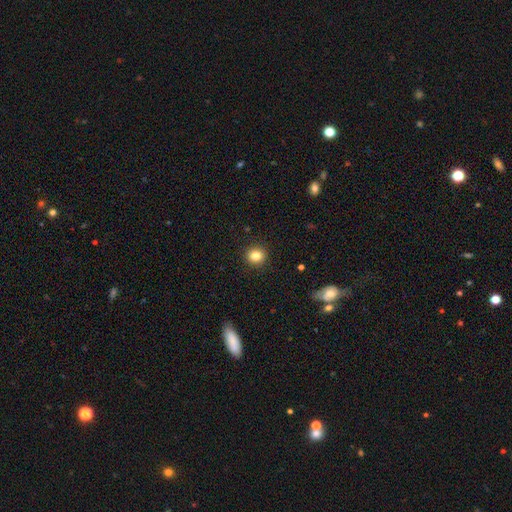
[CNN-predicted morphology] Smooth or featured? smooth (84%)
How rounded? round (84%)
Merging? none (92%)